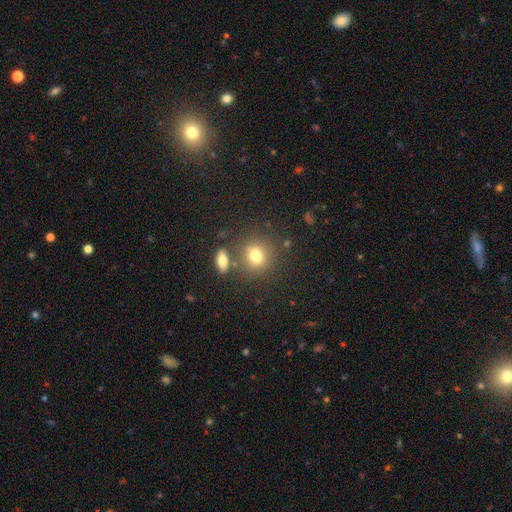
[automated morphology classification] This is likely a smooth galaxy (77%). How rounded: likely round (77%). Merging: likely none (73%).